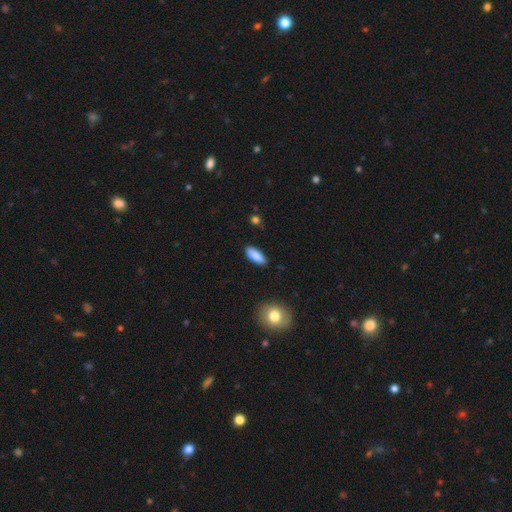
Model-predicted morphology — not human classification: A smooth galaxy with no disk features (86%) that is in between round and cigar-shaped (77%). Merging: none (88%).